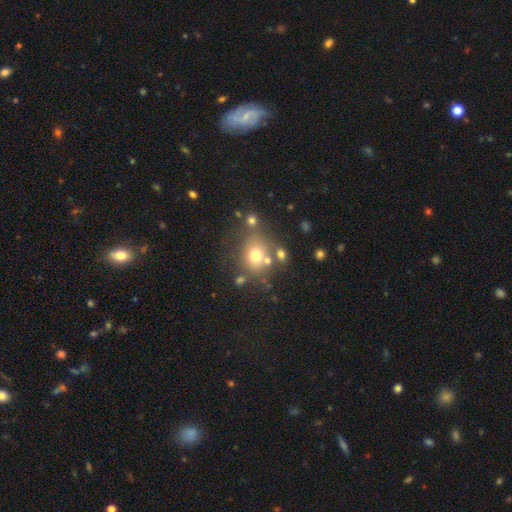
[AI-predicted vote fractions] smooth_or_featured: smooth (p=0.70) [alt: star or artifact p=0.16]
how_rounded: round (p=0.68) [alt: in between p=0.31]
merging: none (p=0.61) [alt: merger p=0.18]